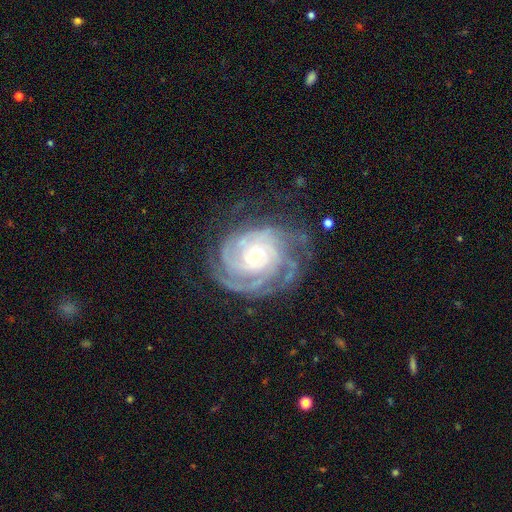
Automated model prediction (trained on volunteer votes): This appears to be a featured or disk galaxy (89%) with no bar (74%), 4 (25%) tight (75%) spiral arms (98%) and a small central bulge (56%). Merging: none (69%).